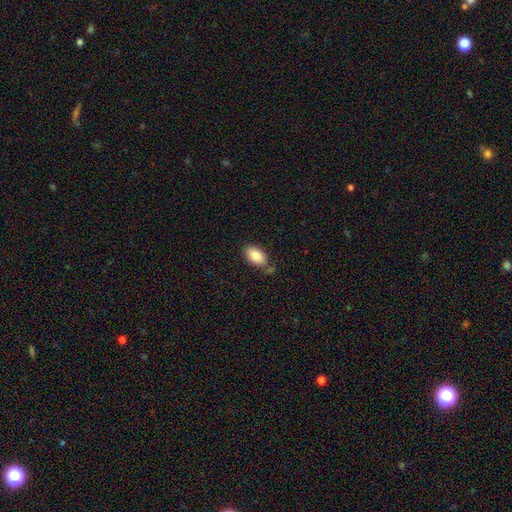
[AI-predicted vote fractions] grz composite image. It shows a smooth galaxy with no disk features (86%) that is in between round and cigar-shaped (93%). Merging: none (72%).